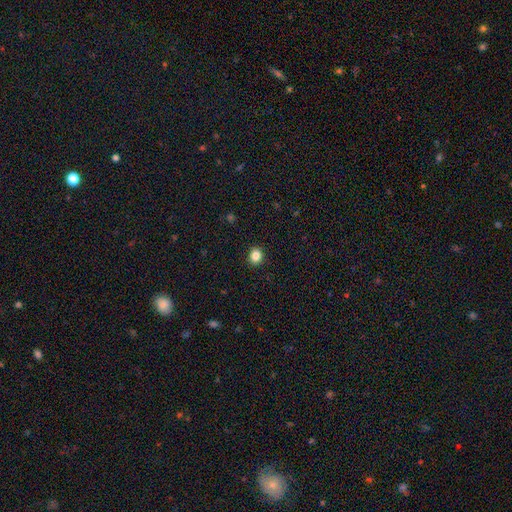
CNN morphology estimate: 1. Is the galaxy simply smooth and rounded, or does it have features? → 85% smooth, 11% star or artifact, 4% featured or disk.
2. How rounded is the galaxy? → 67% round, 32% in between, 1% cigar-shaped.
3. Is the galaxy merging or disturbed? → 91% none, 6% minor disturbance, 2% major disturbance, 1% merger.